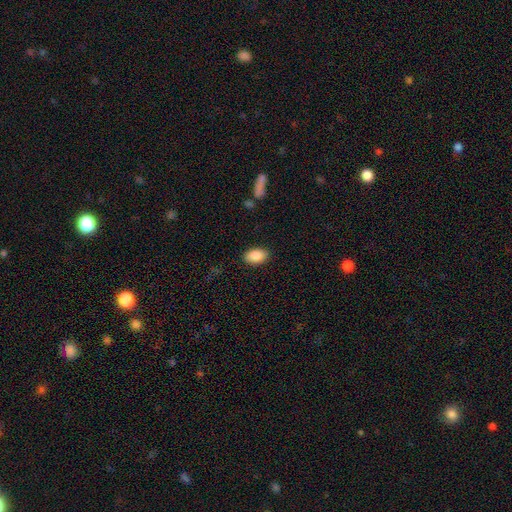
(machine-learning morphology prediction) Smooth or featured? Predicted: smooth (p=0.88). How rounded? Predicted: in between (p=0.92). Merging? Predicted: none (p=0.88).